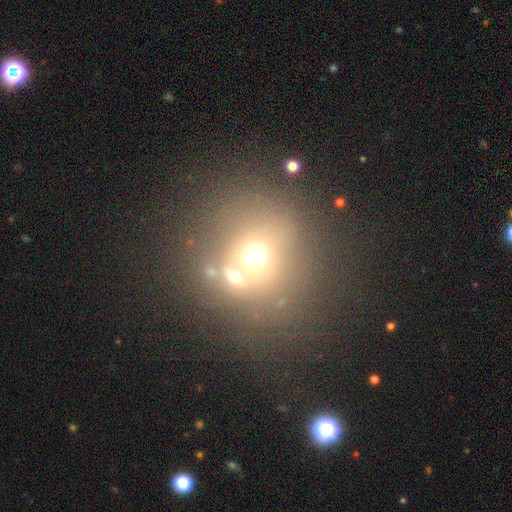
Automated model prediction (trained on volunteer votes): A smooth galaxy with no disk features (56%) that is round (88%).

Vote fractions:
- Smooth or featured? smooth: 56% / star or artifact: 27% / featured or disk: 17%
- How rounded? round: 88% / in between: 11% / cigar-shaped: 1%
- Merging? none: 61% / merger: 21% / minor disturbance: 11% / major disturbance: 7%